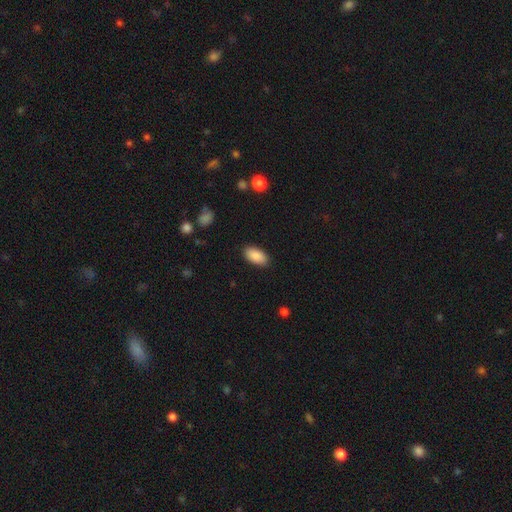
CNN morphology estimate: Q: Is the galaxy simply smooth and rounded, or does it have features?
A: smooth — 88%.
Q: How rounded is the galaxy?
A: in between — 94%.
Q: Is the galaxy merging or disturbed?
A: none — 87%.